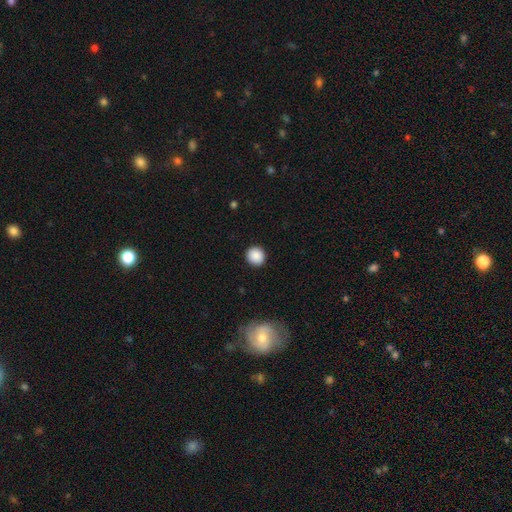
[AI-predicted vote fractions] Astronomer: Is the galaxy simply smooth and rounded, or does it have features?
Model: smooth — 88%.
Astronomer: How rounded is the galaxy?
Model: round — 91%.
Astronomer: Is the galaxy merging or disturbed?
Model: none — 92%.